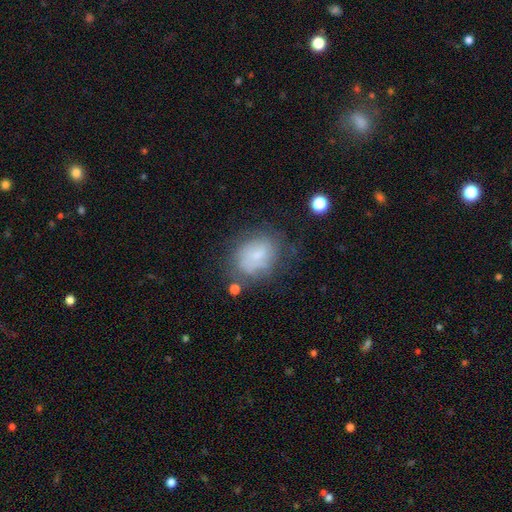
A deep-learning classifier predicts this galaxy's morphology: Smooth or featured: smooth — 54% (featured or disk — 34%)
How rounded: in between — 60% (round — 39%)
Merging: none — 59% (minor disturbance — 24%)